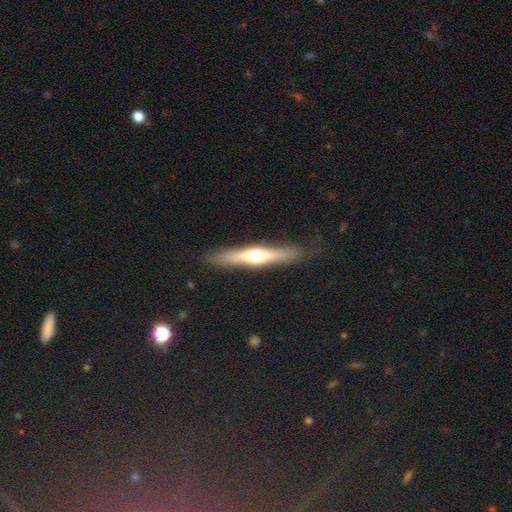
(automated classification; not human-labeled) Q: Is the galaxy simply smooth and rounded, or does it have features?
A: featured or disk — 60%.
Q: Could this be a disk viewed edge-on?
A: yes — 92%.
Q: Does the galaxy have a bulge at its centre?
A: rounded — 92%.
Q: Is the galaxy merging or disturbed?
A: none — 84%.